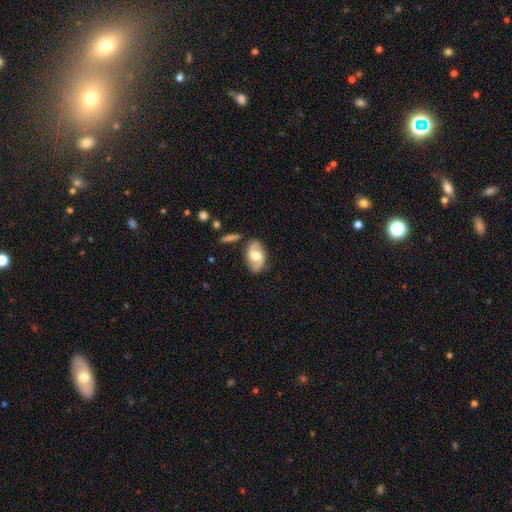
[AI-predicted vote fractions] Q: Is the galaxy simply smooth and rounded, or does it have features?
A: featured or disk — 59%.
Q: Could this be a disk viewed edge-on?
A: no — 94%.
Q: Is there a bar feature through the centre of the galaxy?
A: no — 50%.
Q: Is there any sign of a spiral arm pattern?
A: yes — 83%.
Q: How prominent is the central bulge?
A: moderate — 68%.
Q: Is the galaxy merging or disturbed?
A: none — 79%.